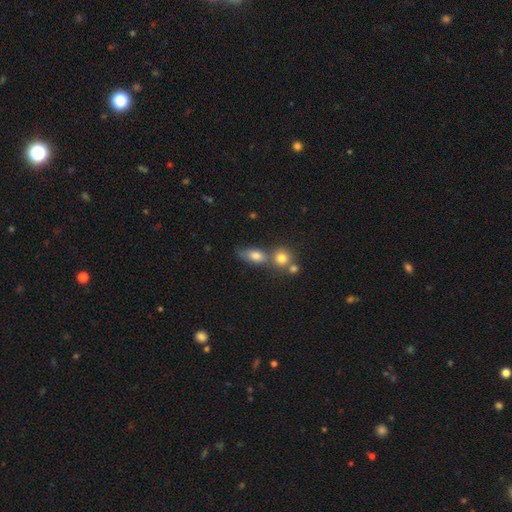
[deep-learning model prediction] Smooth or featured?
  - smooth: 78% *
  - featured or disk: 12%
  - star or artifact: 11%
How rounded?
  - in between: 75% *
  - round: 17%
  - cigar-shaped: 8%
Merging?
  - none: 42% *
  - merger: 36%
  - minor disturbance: 15%
  - major disturbance: 7%